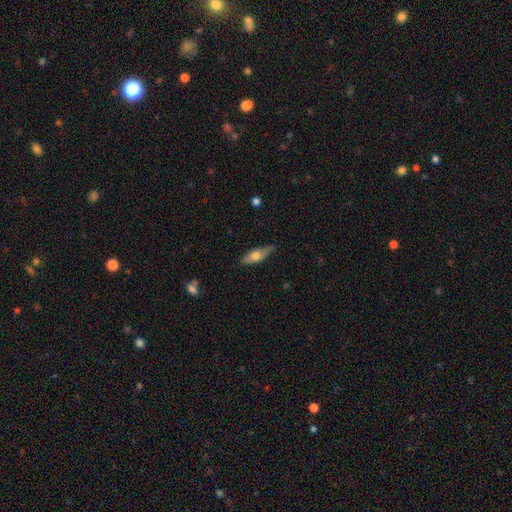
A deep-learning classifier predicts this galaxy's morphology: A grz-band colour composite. It shows a smooth galaxy with no disk features (58%) that is in between round and cigar-shaped (49%). Merging: none (80%).